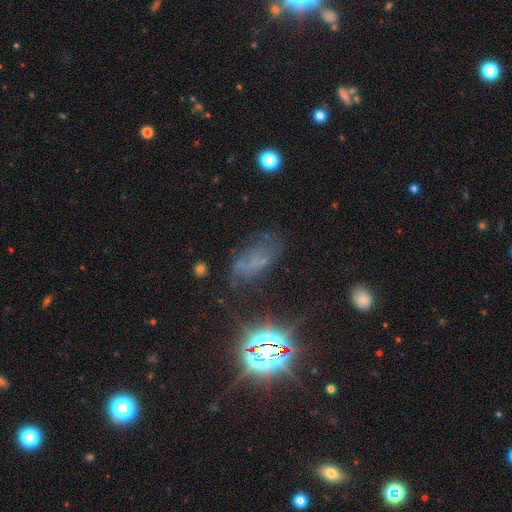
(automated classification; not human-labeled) The model was most divided on "smooth or featured": star or artifact: 38%, featured or disk: 31%, smooth: 31%.